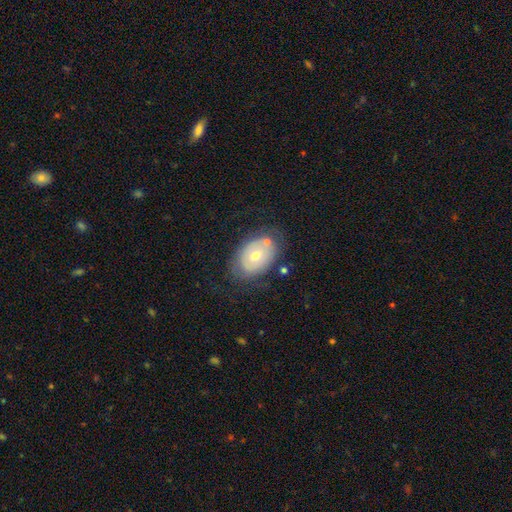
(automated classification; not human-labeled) smooth 51%, featured or disk 41%, star or artifact 8%. Down the decision tree: how rounded — in between (80%); merging — none (63%).